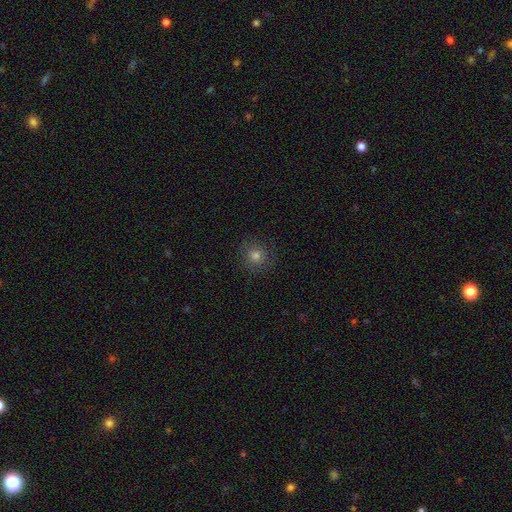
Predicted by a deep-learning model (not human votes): Q: Smooth or featured?
A: smooth (72%); runner-up: star or artifact (16%)
Q: How rounded?
A: round (89%); runner-up: in between (10%)
Q: Merging?
A: none (86%); runner-up: minor disturbance (10%)